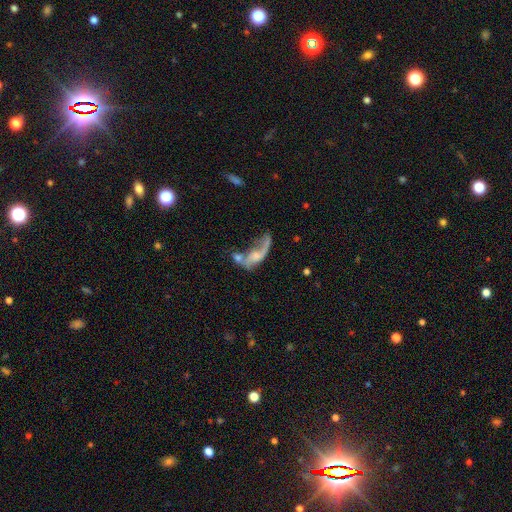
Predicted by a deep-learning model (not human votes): The model was most divided on "bulge size": none: 37%, small: 30%, moderate: 25%, large: 6%, dominant: 2%. Remaining: edge-on disk — no (90%); bar — no (69%); spiral arms — yes (63%); smooth or featured — featured or disk (62%); merging — merger (45%).